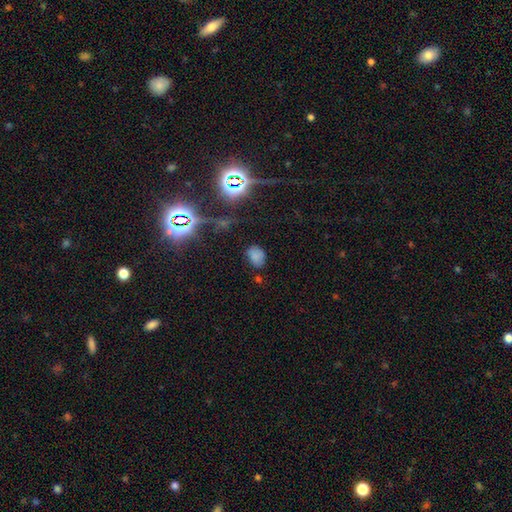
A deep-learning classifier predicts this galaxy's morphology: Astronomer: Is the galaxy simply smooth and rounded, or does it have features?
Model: smooth — 69%.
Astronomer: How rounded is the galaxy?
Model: in between — 78%.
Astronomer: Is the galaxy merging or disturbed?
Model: none — 67%.